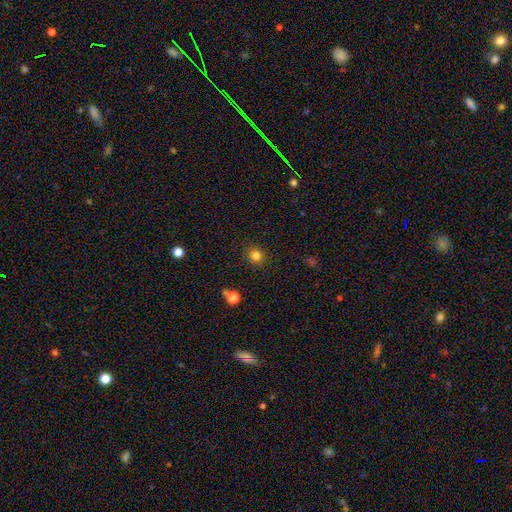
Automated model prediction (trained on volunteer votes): Smooth or featured?
  - smooth: 82% *
  - star or artifact: 13%
  - featured or disk: 5%
How rounded?
  - round: 90% *
  - in between: 9%
  - cigar-shaped: 1%
Merging?
  - none: 90% *
  - minor disturbance: 6%
  - major disturbance: 2%
  - merger: 1%